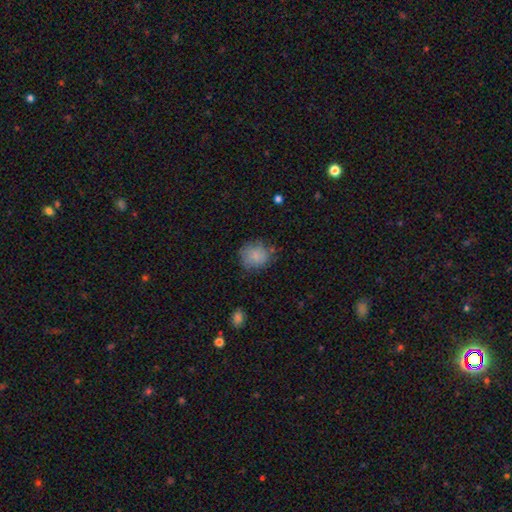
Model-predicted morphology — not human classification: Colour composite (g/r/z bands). It shows a smooth galaxy with no disk features (82%) that is round (77%). Merging: none (68%).